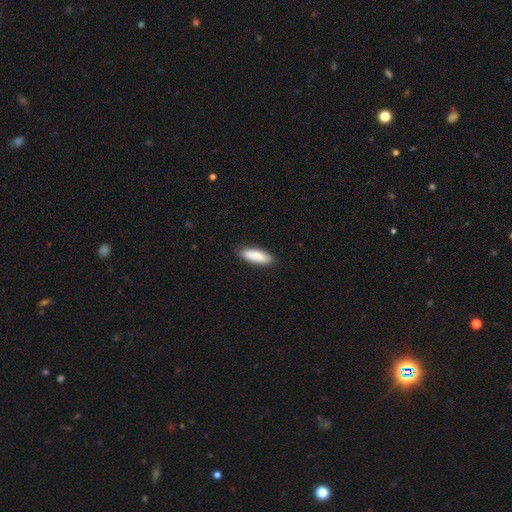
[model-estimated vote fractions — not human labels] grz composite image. It shows a smooth galaxy with no disk features (90%) that is in between round and cigar-shaped (62%). Merging: none (88%).